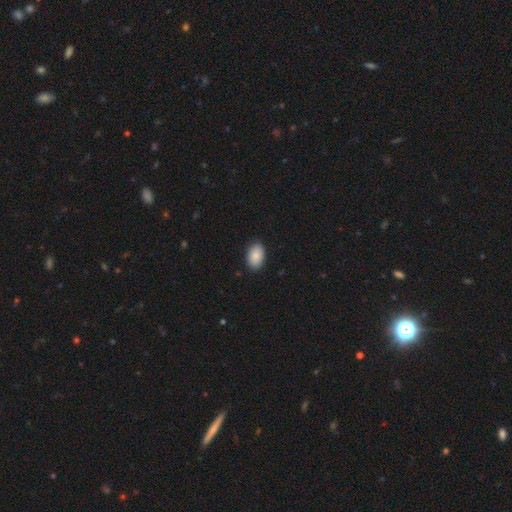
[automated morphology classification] This is clearly a smooth galaxy (89%). How rounded: clearly in between (93%). Merging: clearly none (89%).